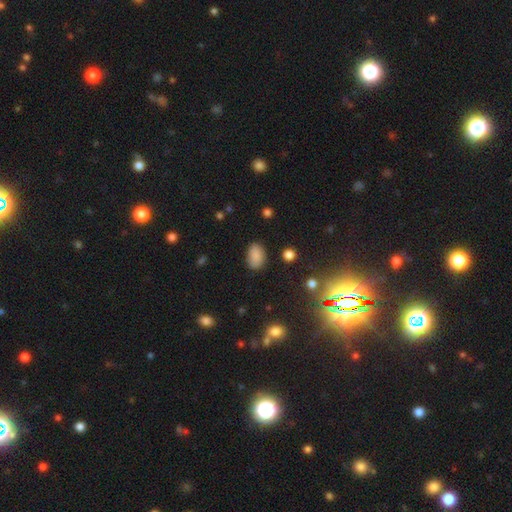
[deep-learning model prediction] The model was most divided on "merging": none: 82%, minor disturbance: 13%, major disturbance: 3%, merger: 2%. More confident: how rounded — in between (89%); smooth or featured — smooth (85%).